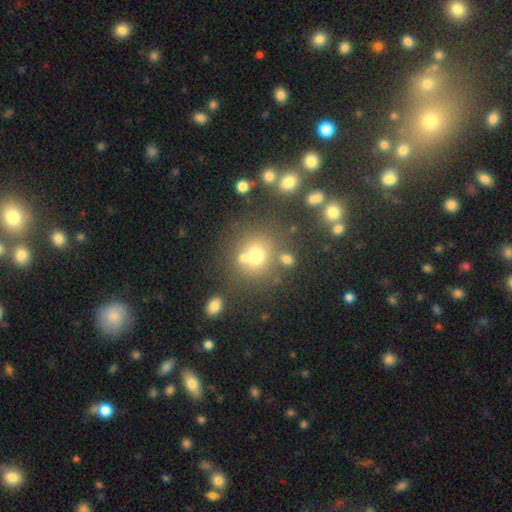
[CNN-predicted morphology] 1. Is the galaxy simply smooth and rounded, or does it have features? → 66% smooth, 19% star or artifact, 14% featured or disk.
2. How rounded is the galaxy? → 82% round, 17% in between, 1% cigar-shaped.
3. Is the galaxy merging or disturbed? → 58% none, 26% merger, 10% minor disturbance, 6% major disturbance.